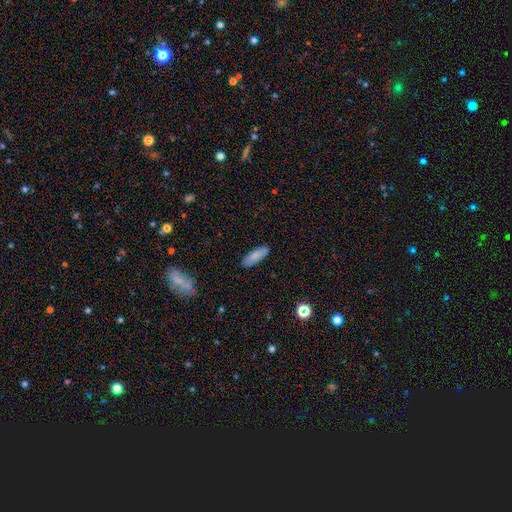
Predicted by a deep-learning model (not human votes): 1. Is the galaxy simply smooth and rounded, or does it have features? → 84% smooth, 10% featured or disk, 7% star or artifact.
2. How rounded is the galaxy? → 57% in between, 41% cigar-shaped, 2% round.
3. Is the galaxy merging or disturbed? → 86% none, 10% minor disturbance, 2% major disturbance, 1% merger.